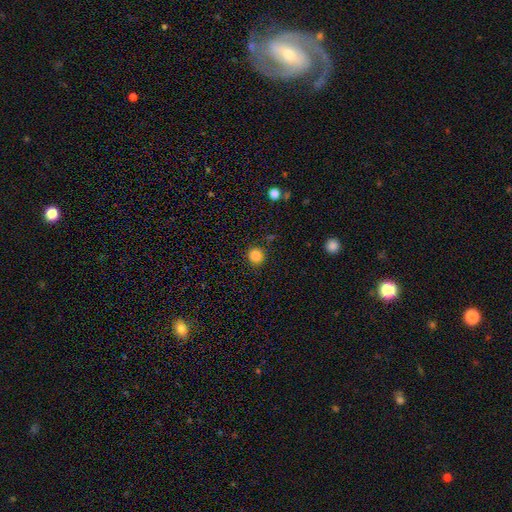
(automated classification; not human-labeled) Smooth or featured? smooth (84%)
How rounded? round (90%)
Merging? none (89%)